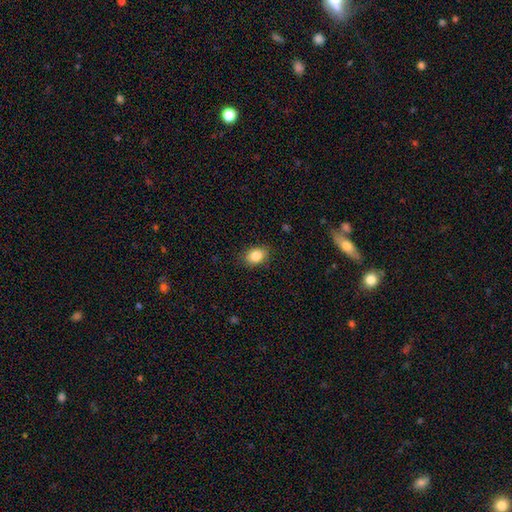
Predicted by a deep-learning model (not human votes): Smooth or featured? Predicted: smooth (p=0.85). How rounded? Predicted: in between (p=0.72). Merging? Predicted: none (p=0.86).